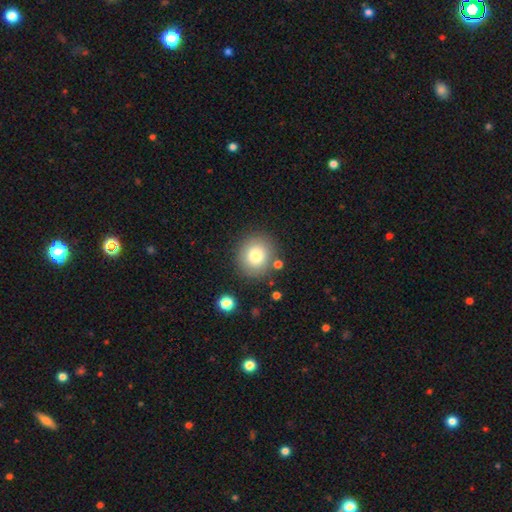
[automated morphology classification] A smooth galaxy with no disk features (78%) that is round (89%). Merging: none (83%).